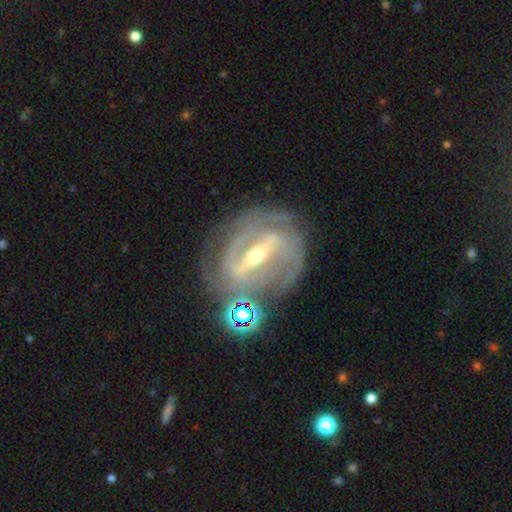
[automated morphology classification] A featured or disk galaxy (87%) with a strong bar (75%), 2 (45%) tight (58%) spiral arms (90%) and a moderate central bulge (51%). Merging: none (69%).